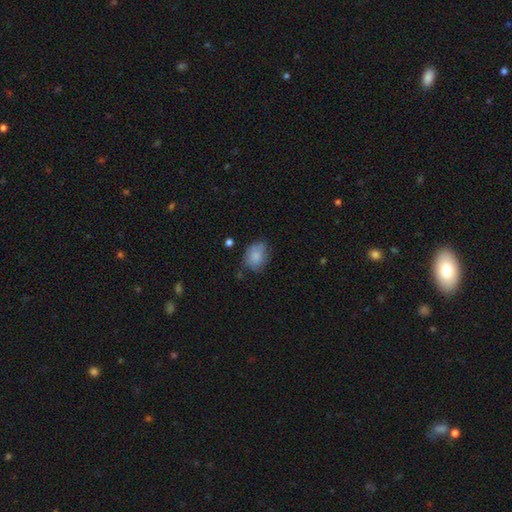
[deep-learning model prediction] smooth-or-featured: smooth: 81% | featured or disk: 11% | star or artifact: 8%
  how-rounded: in between: 65% | round: 34% | cigar-shaped: 1%
  merging: none: 59% | minor disturbance: 29% | major disturbance: 8% | merger: 4%